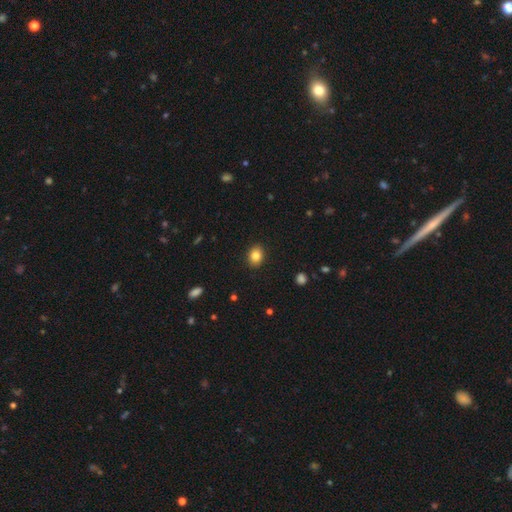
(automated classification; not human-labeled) A smooth galaxy with no disk features (84%) that is in between round and cigar-shaped (56%).

Vote fractions:
- Smooth or featured? smooth: 84% / star or artifact: 10% / featured or disk: 6%
- How rounded? in between: 56% / round: 43% / cigar-shaped: 1%
- Merging? none: 90% / minor disturbance: 7% / major disturbance: 2% / merger: 1%